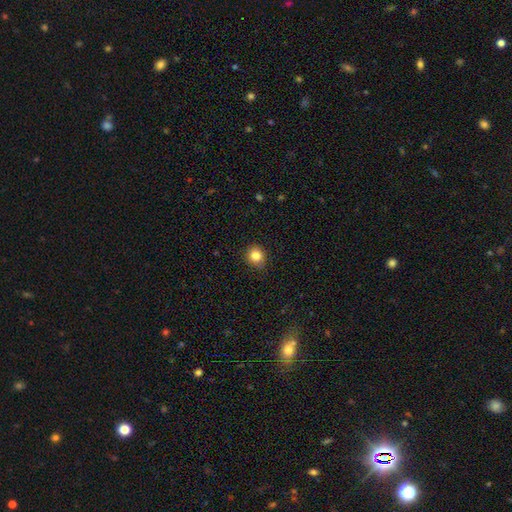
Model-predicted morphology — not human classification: Q: Smooth or featured?
A: smooth (83%); runner-up: star or artifact (11%)
Q: How rounded?
A: round (84%); runner-up: in between (15%)
Q: Merging?
A: none (86%); runner-up: minor disturbance (11%)